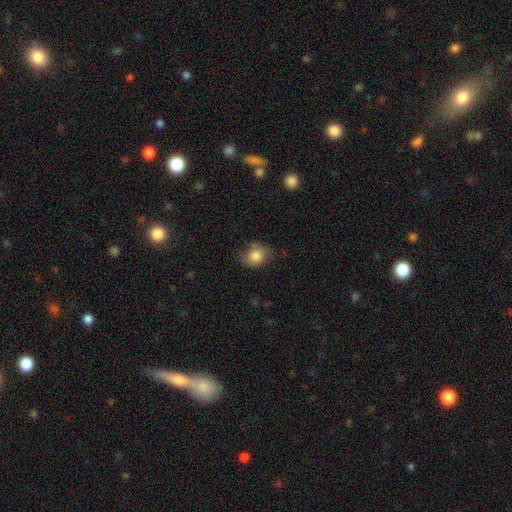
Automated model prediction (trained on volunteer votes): The model was most divided on "how rounded": in between: 51%, round: 48%, cigar-shaped: 1%. More confident: smooth or featured — smooth (83%); merging — none (69%).